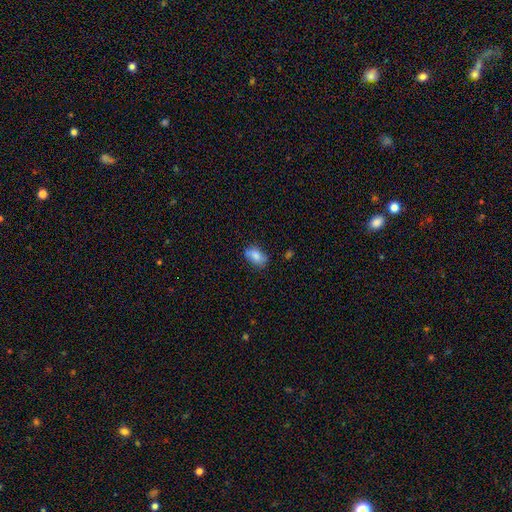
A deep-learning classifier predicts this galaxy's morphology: A smooth galaxy with no disk features (78%) that is in between round and cigar-shaped (87%).

Vote fractions:
- Smooth or featured? smooth: 78% / featured or disk: 14% / star or artifact: 8%
- How rounded? in between: 87% / round: 10% / cigar-shaped: 4%
- Merging? none: 68% / minor disturbance: 24% / major disturbance: 6% / merger: 3%